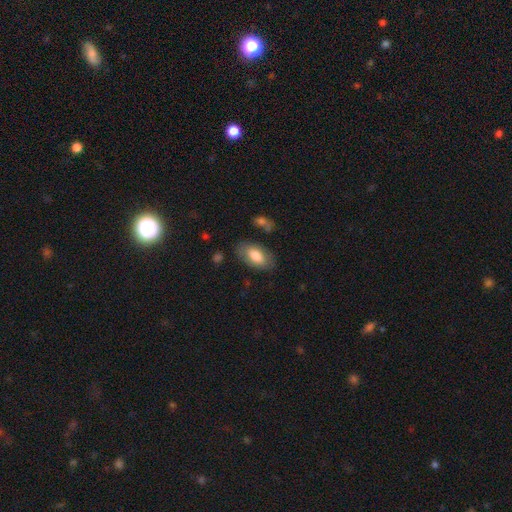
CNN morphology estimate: The model was most divided on "smooth or featured": smooth: 75%, featured or disk: 19%, star or artifact: 6%. More confident: how rounded — in between (94%); merging — none (78%).